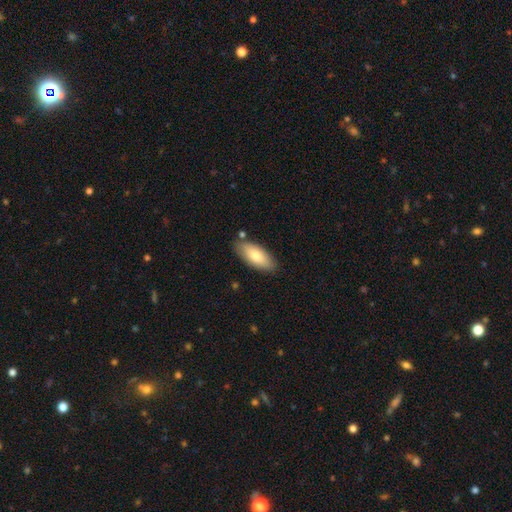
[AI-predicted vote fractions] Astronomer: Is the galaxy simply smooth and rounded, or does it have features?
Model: smooth — 76%.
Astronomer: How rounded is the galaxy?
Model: in between — 84%.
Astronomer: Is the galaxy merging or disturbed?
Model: none — 82%.